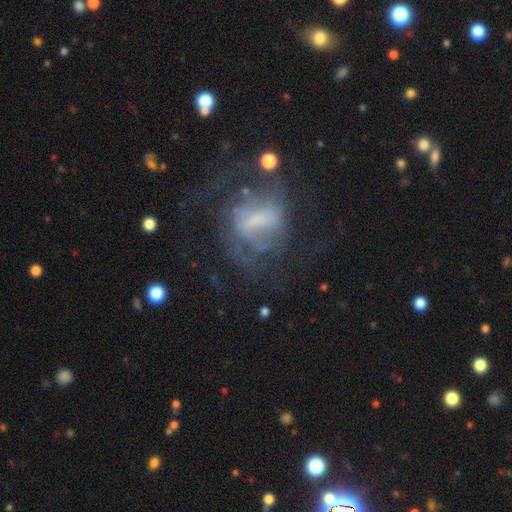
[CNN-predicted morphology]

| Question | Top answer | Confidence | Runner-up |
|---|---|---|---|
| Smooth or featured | featured or disk | 66% | smooth (20%) |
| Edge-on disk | no | 93% | yes (7%) |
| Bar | weak | 40% | strong (37%) |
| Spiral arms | yes | 69% | no (31%) |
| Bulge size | small | 33% | none (31%) |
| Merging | none | 51% | major disturbance (28%) |